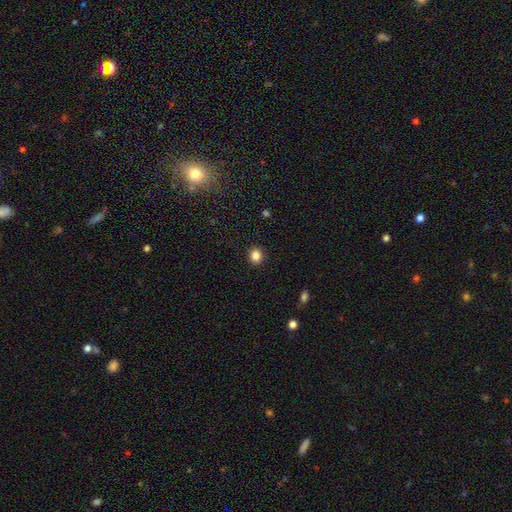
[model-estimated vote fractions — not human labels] A smooth galaxy with no disk features (85%) that is round (79%). Merging: none (92%).